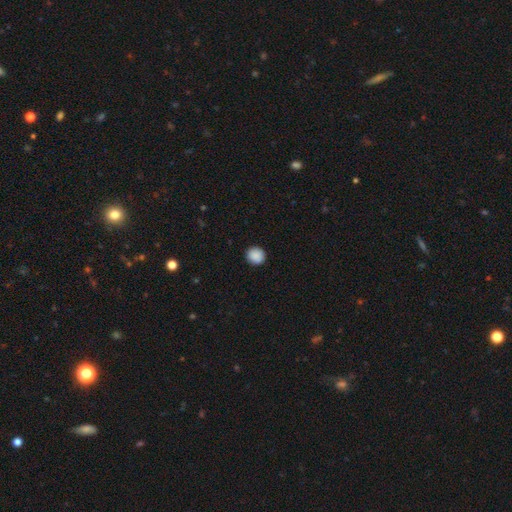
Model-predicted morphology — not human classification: smooth-or-featured: smooth: 89% | star or artifact: 8% | featured or disk: 3%
  how-rounded: round: 90% | in between: 9% | cigar-shaped: 1%
  merging: none: 91% | minor disturbance: 6% | major disturbance: 2% | merger: 1%